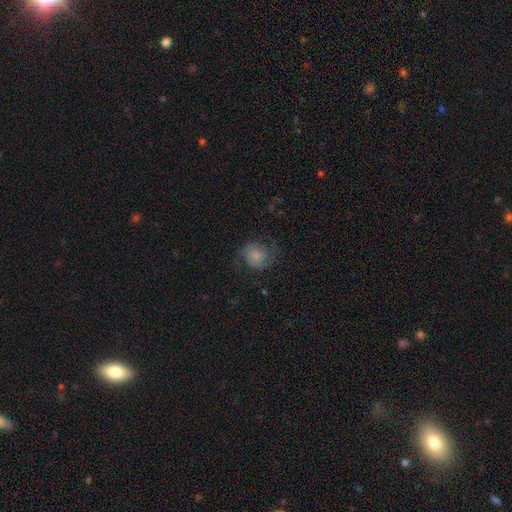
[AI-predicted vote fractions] smooth-or-featured: featured or disk: 64% | smooth: 27% | star or artifact: 9%
  disk-edge-on: no: 98% | yes: 2%
    bar: no: 70% | weak: 25% | strong: 5%
    has-spiral-arms: yes: 94% | no: 6%
      spiral-winding: medium: 49% | loose: 32% | tight: 19%
      spiral-arm-count: 2: 90% | can't tell: 4% | 3: 2% | 1: 2% | 4: 1% | more than 4: 1%
    bulge-size: none: 35% | small: 30% | moderate: 20% | large: 11% | dominant: 4%
  merging: none: 71% | minor disturbance: 17% | major disturbance: 11% | merger: 1%